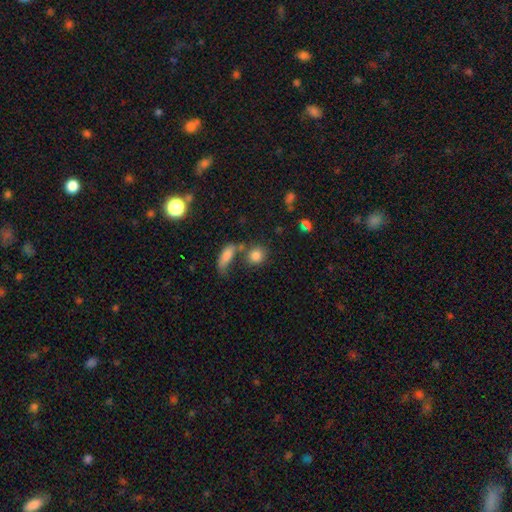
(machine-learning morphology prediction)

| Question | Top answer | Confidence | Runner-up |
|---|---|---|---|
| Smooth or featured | smooth | 82% | star or artifact (10%) |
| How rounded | round | 72% | in between (25%) |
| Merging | none | 55% | merger (26%) |